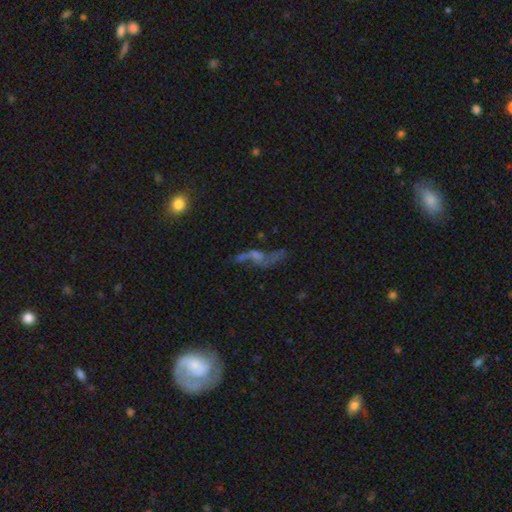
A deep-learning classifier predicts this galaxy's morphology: A featured or disk galaxy (47%).

Vote fractions:
- Smooth or featured? featured or disk: 47% / smooth: 32% / star or artifact: 21%
- Merging? major disturbance: 34% / merger: 28% / none: 24% / minor disturbance: 13%